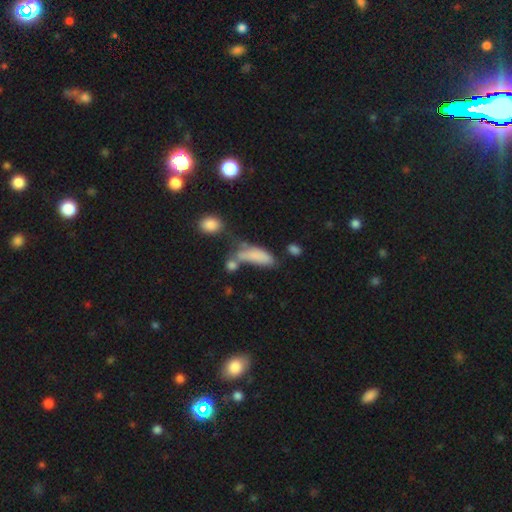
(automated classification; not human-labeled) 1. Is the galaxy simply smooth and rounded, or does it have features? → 73% smooth, 16% featured or disk, 11% star or artifact.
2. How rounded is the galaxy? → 61% in between, 36% cigar-shaped, 4% round.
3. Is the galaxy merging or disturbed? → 31% merger, 27% none, 21% minor disturbance, 21% major disturbance.